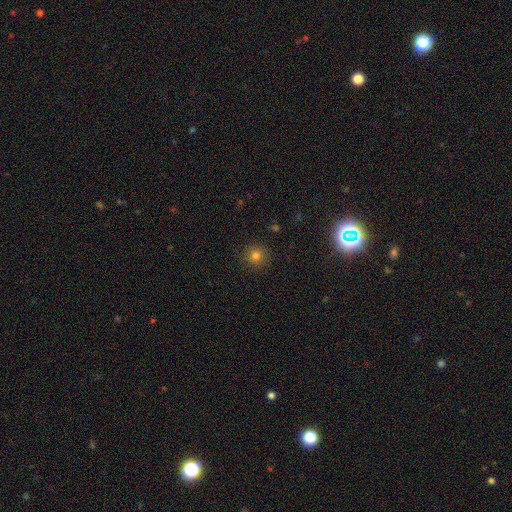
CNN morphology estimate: Q: Smooth or featured?
A: smooth (78%); runner-up: star or artifact (15%)
Q: How rounded?
A: round (93%); runner-up: in between (6%)
Q: Merging?
A: none (90%); runner-up: minor disturbance (7%)